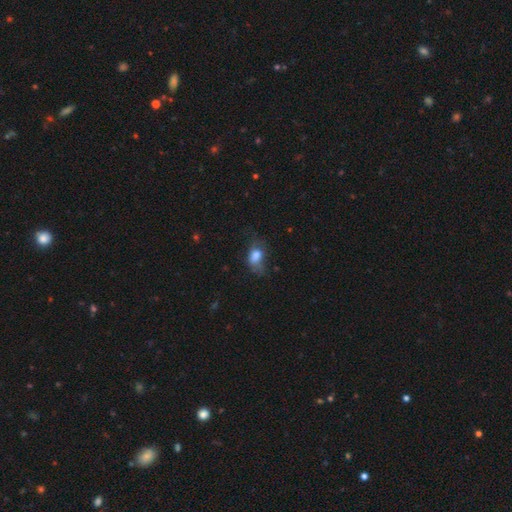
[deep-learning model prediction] A smooth galaxy with no disk features (70%) that is in between round and cigar-shaped (81%). Merging: none (35%).